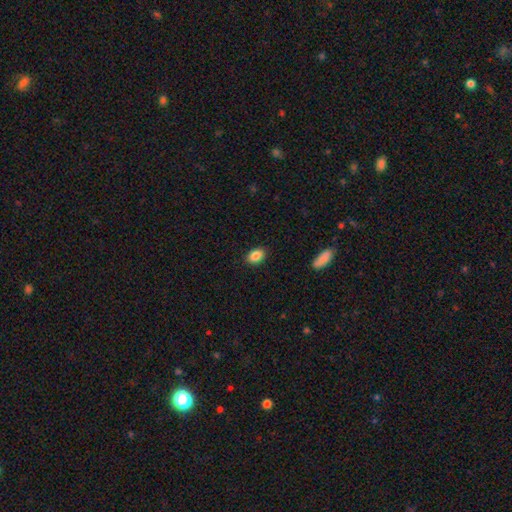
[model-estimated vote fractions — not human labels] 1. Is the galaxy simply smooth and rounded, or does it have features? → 87% smooth, 8% star or artifact, 5% featured or disk.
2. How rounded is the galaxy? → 82% in between, 17% round, 1% cigar-shaped.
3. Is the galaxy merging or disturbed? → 88% none, 9% minor disturbance, 2% major disturbance, 1% merger.